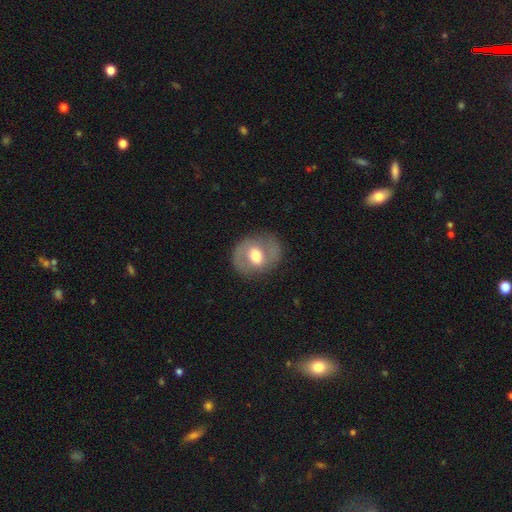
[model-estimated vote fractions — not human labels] Morphology: type=featured or disk (58%); edge-on=no (96%); bar=weak (45%); spiral arms=yes (60%); bulge=moderate (67%); merging=none (77%).